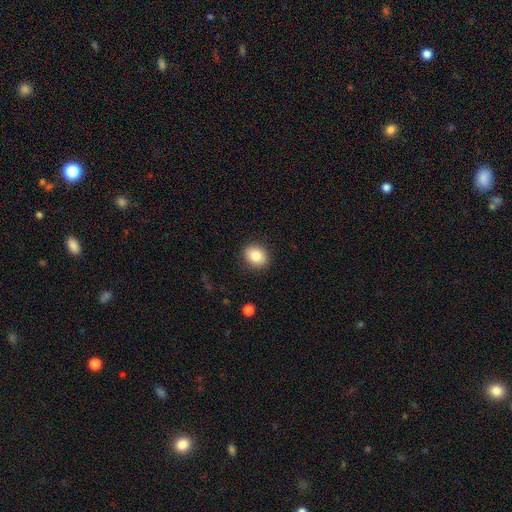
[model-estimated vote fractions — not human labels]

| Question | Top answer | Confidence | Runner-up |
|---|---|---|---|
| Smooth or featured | smooth | 84% | star or artifact (9%) |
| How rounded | round | 57% | in between (42%) |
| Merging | none | 89% | minor disturbance (8%) |